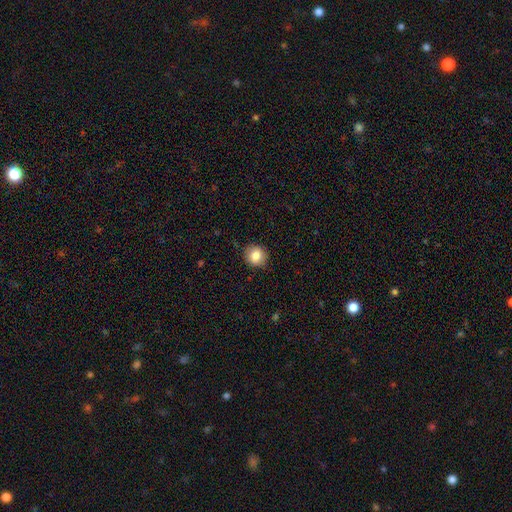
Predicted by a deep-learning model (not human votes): A smooth galaxy with no disk features (84%) that is round (85%). Merging: none (88%).